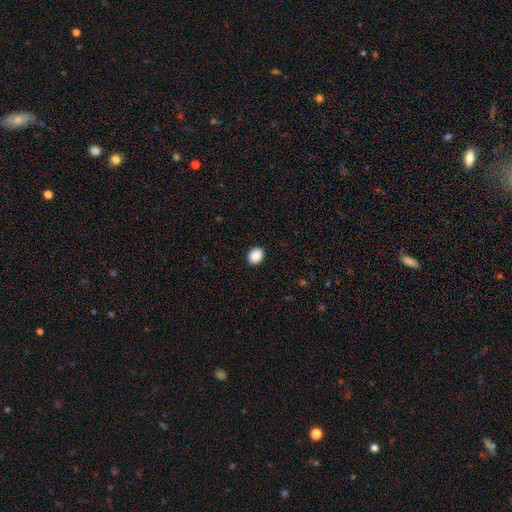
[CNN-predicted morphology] Smooth or featured? smooth (90%)
How rounded? in between (54%)
Merging? none (91%)